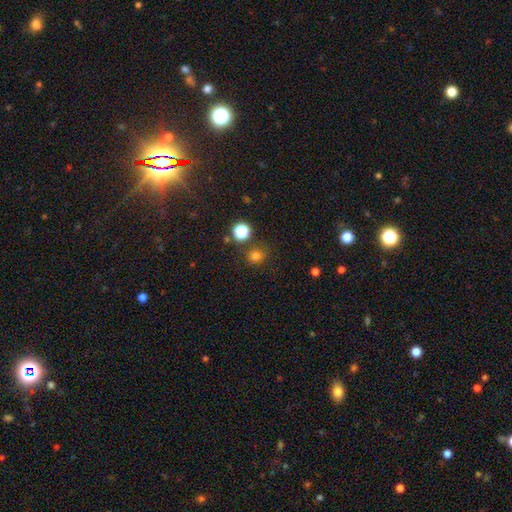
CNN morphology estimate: Smooth or featured: smooth — 75% (star or artifact — 19%)
How rounded: round — 78% (in between — 21%)
Merging: none — 79% (minor disturbance — 11%)